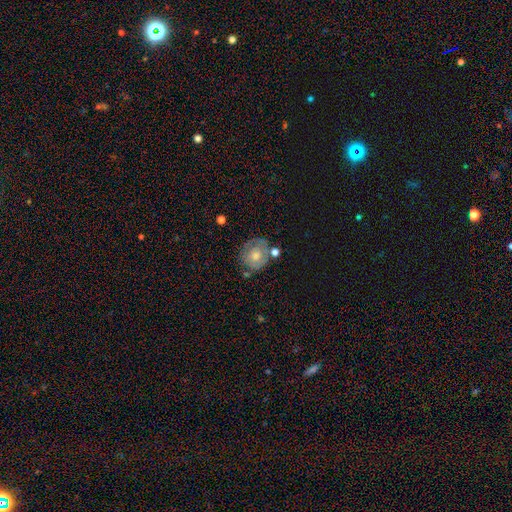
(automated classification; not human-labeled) This appears to be a featured or disk galaxy (56%) with no bar (83%), spiral arms (63%) and a moderate central bulge (60%). Merging: none (69%).